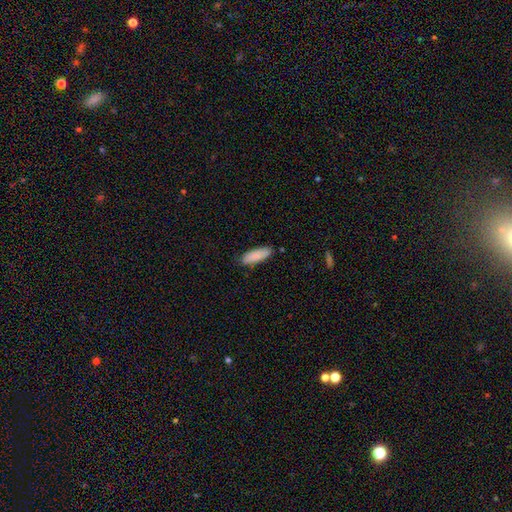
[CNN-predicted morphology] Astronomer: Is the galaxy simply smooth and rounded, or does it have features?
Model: smooth — 87%.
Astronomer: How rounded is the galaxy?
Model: in between — 60% (runner-up: cigar-shaped, 38%).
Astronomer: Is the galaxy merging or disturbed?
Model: none — 83%.